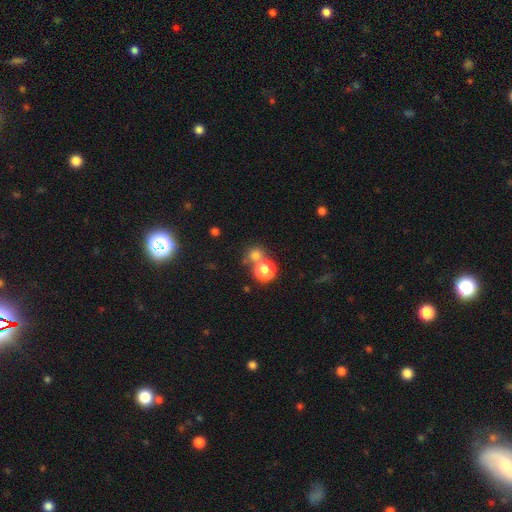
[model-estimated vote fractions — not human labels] Smooth or featured?
  - smooth: 73% *
  - star or artifact: 20%
  - featured or disk: 7%
How rounded?
  - round: 86% *
  - in between: 13%
  - cigar-shaped: 1%
Merging?
  - none: 57% *
  - merger: 31%
  - minor disturbance: 8%
  - major disturbance: 4%